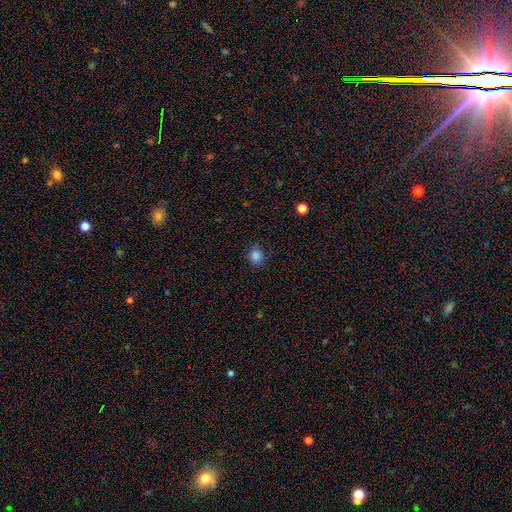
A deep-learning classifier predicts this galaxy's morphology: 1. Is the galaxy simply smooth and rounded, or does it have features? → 85% smooth, 11% star or artifact, 4% featured or disk.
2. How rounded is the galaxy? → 73% round, 26% in between, 1% cigar-shaped.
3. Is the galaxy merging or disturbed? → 88% none, 9% minor disturbance, 2% major disturbance, 1% merger.